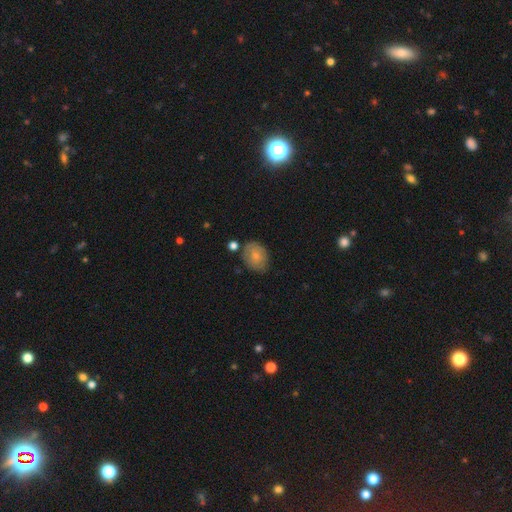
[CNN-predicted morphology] A smooth galaxy with no disk features (75%) that is in between round and cigar-shaped (60%). Merging: none (69%).